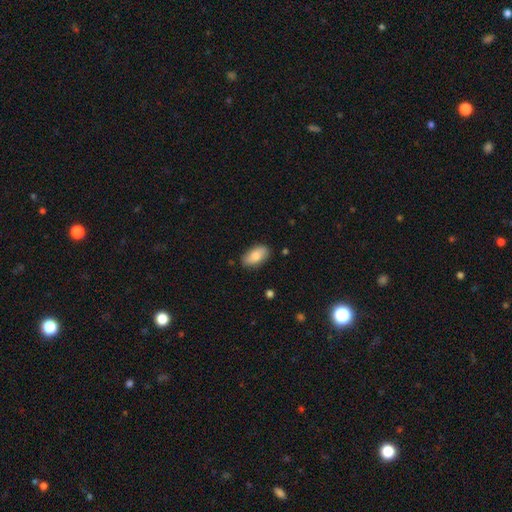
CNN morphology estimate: This is clearly a smooth galaxy (80%). How rounded: clearly in between (93%). Merging: clearly none (84%).